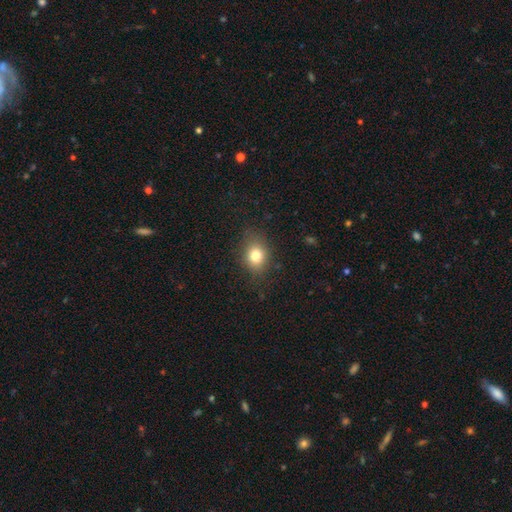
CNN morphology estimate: Smooth or featured: smooth — 79% (star or artifact — 12%)
How rounded: round — 50% (in between — 49%)
Merging: none — 81% (minor disturbance — 14%)